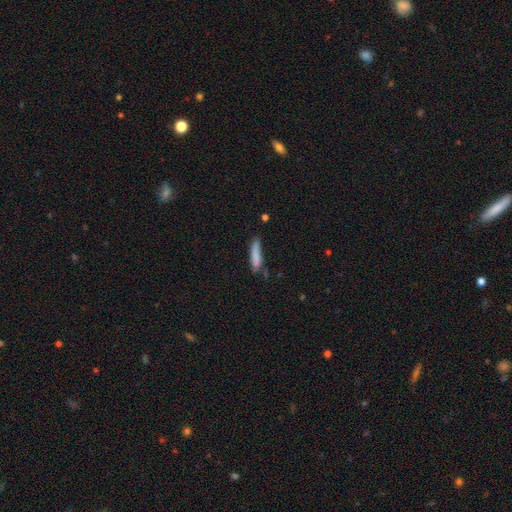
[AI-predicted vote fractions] Overall: smooth (80%). How rounded: cigar-shaped (79%). Merging: none (55%; minor disturbance 31%).